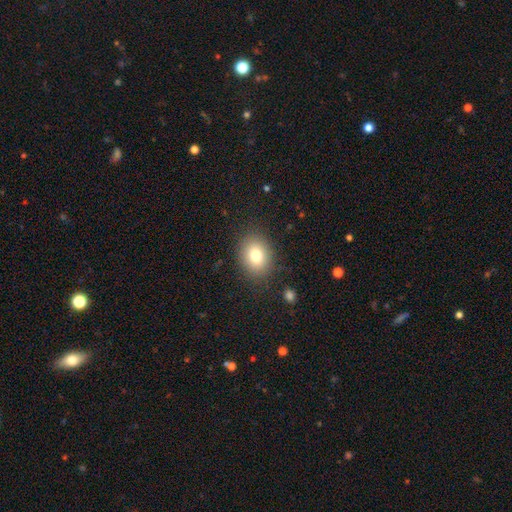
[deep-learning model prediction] Smooth or featured? Predicted: smooth (p=0.79). How rounded? Predicted: in between (p=0.56). Merging? Predicted: none (p=0.85).